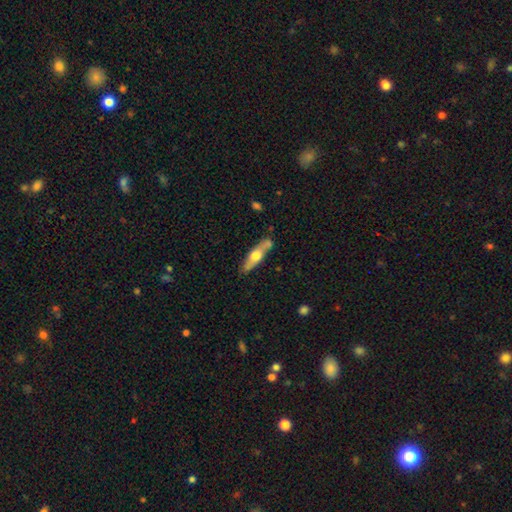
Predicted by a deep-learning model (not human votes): This appears to be a featured or disk galaxy (48%). Merging: none (76%).